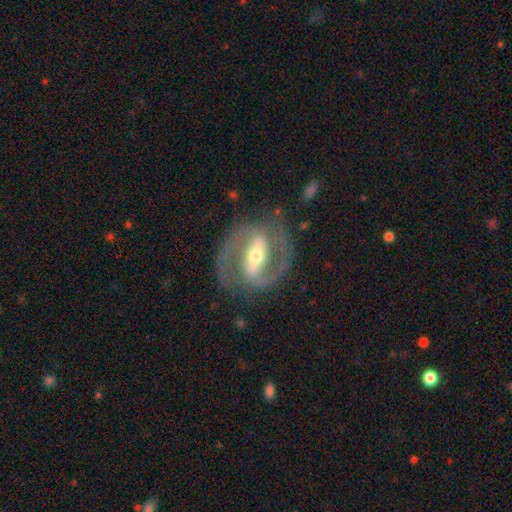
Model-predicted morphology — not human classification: Q: Smooth or featured?
A: featured or disk (90%); runner-up: smooth (6%)
Q: Edge-on disk?
A: no (96%); runner-up: yes (4%)
Q: Bar?
A: strong (69%); runner-up: weak (23%)
Q: Spiral arms?
A: yes (94%); runner-up: no (6%)
Q: Spiral winding?
A: medium (54%); runner-up: tight (35%)
Q: Spiral arm count?
A: 2 (92%); runner-up: can't tell (3%)
Q: Bulge size?
A: moderate (60%); runner-up: small (31%)
Q: Merging?
A: none (81%); runner-up: minor disturbance (12%)